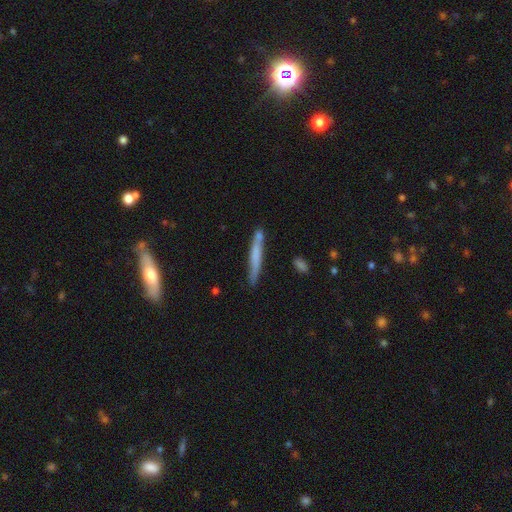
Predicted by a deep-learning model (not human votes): A smooth galaxy with no disk features (60%) that is cigar-shaped (95%). Merging: none (73%).